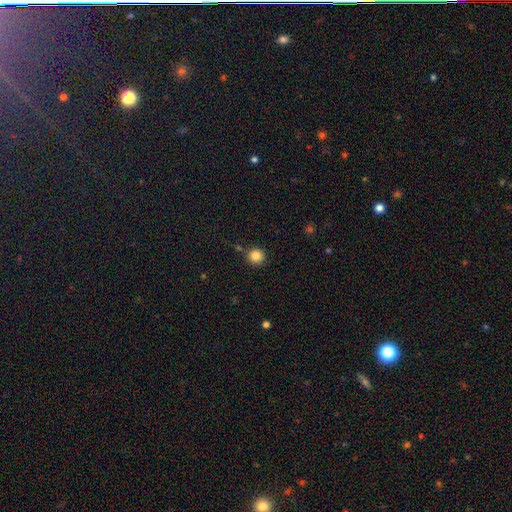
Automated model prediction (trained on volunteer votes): Morphology: type=smooth (84%); roundness=round (93%); merging=none (83%).